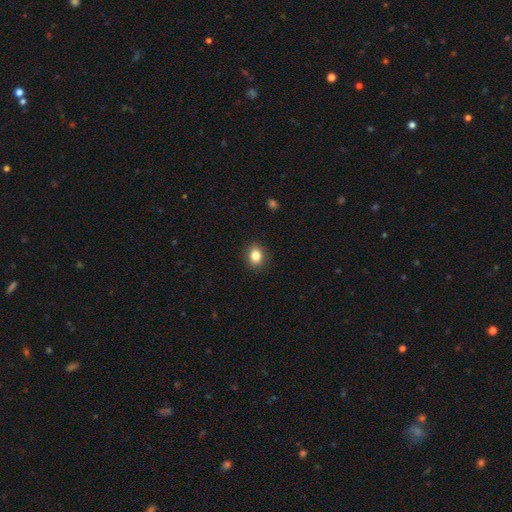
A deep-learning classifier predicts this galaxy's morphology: Q: Smooth or featured?
A: smooth (84%); runner-up: star or artifact (10%)
Q: How rounded?
A: round (56%); runner-up: in between (43%)
Q: Merging?
A: none (90%); runner-up: minor disturbance (8%)